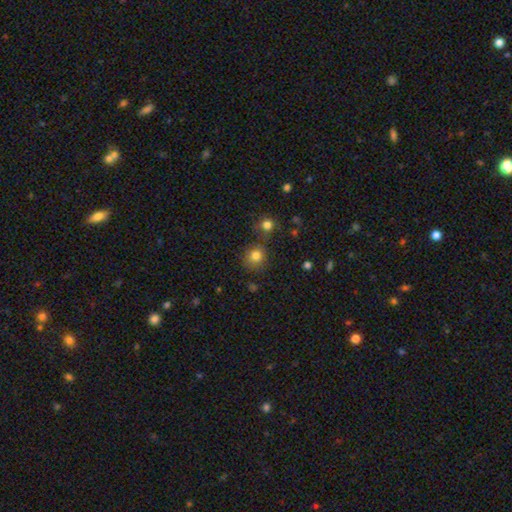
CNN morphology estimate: This appears to be a smooth galaxy with no disk features (80%) that is round (86%). Merging: none (70%).